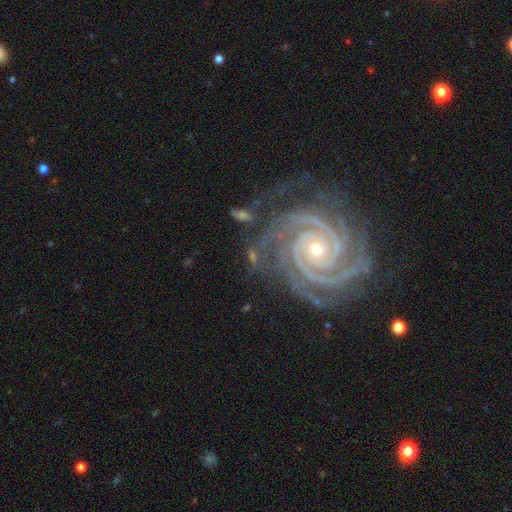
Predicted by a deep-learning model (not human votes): smooth_or_featured: featured or disk (p=0.93) [alt: star or artifact p=0.05]
disk_edge_on: no (p=0.98) [alt: yes p=0.02]
bar: no (p=0.72) [alt: weak p=0.17]
has_spiral_arms: yes (p=0.99) [alt: no p=0.01]
spiral_winding: tight (p=0.83) [alt: medium p=0.15]
spiral_arm_count: 2 (p=0.30) [alt: 3 p=0.28]
bulge_size: small (p=0.56) [alt: moderate p=0.40]
merging: none (p=0.67) [alt: minor disturbance p=0.20]